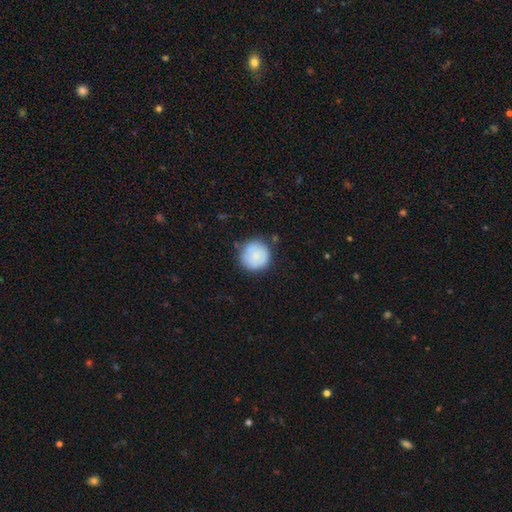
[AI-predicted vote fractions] Morphology: type=smooth (81%); roundness=round (94%); merging=none (77%).